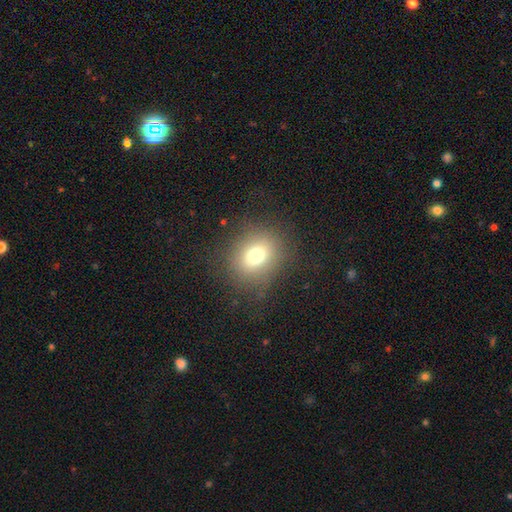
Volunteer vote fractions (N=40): Smooth or featured?
  - smooth: 85% *
  - star or artifact: 12%
  - featured or disk: 2%
How rounded?
  - round: 53% *
  - in between: 47%
  - cigar-shaped: 0%
Merging?
  - none: 74% *
  - minor disturbance: 17%
  - major disturbance: 9%
  - merger: 0%